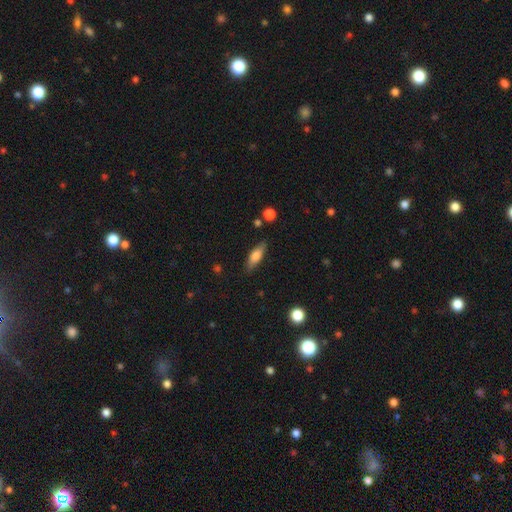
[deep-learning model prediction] Smooth or featured? Predicted: smooth (p=0.69). How rounded? Predicted: in between (p=0.52). Merging? Predicted: none (p=0.84).